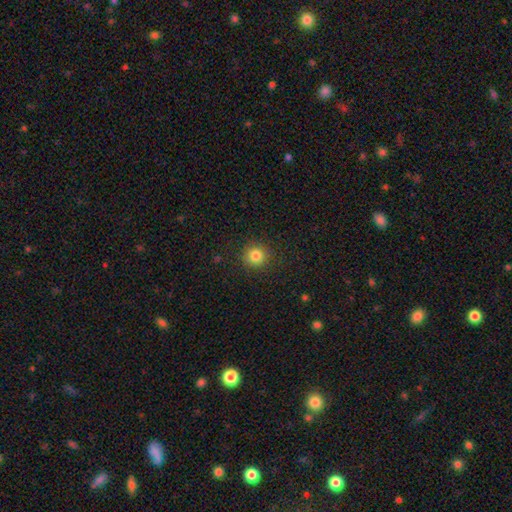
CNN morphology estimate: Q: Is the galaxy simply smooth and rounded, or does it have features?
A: smooth — 82%.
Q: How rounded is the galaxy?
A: round — 93%.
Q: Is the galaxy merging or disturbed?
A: none — 90%.